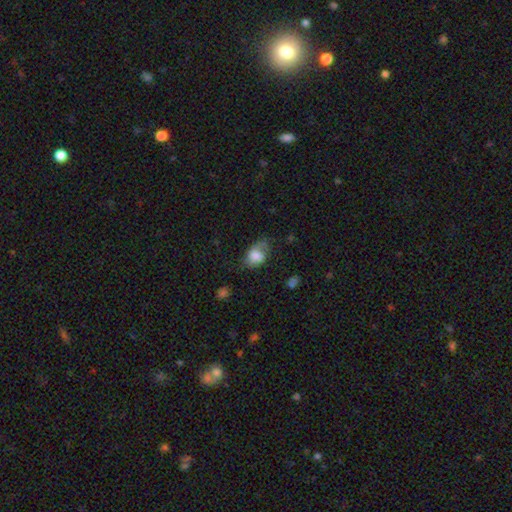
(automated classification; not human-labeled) Overall: smooth (68%). How rounded: in between (79%). Merging: none (41%; minor disturbance 34%).